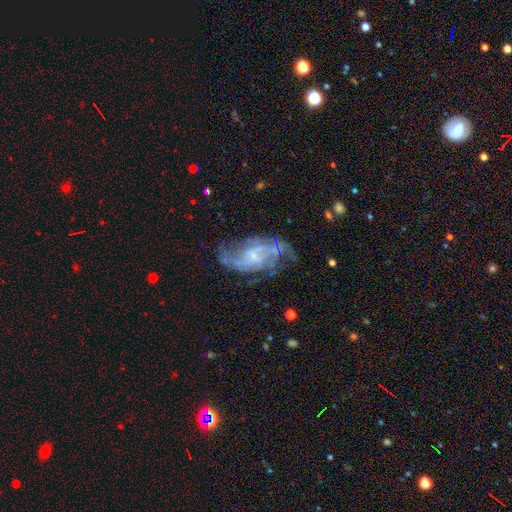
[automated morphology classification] Smooth or featured? Predicted: featured or disk (p=0.75). Edge-on disk? Predicted: no (p=0.94). Bar? Predicted: no (p=0.58). Spiral arms? Predicted: yes (p=0.89). Spiral winding? Predicted: medium (p=0.44). Spiral arm count? Predicted: 2 (p=0.38). Bulge size? Predicted: small (p=0.54). Merging? Predicted: none (p=0.66).